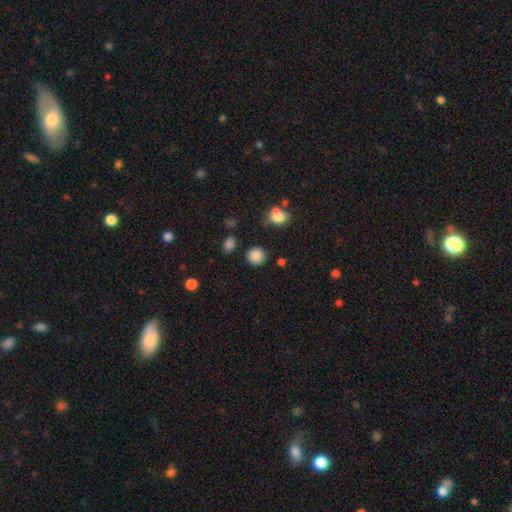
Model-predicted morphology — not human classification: smooth_or_featured: smooth (p=0.86) [alt: star or artifact p=0.11]
how_rounded: round (p=0.89) [alt: in between p=0.10]
merging: none (p=0.85) [alt: minor disturbance p=0.08]